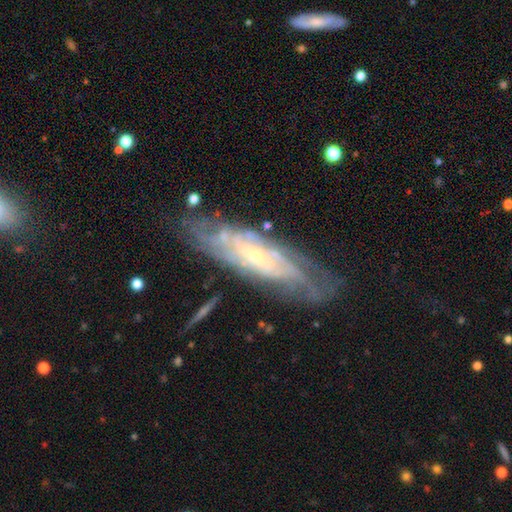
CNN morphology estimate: Smooth or featured?
  - featured or disk: 84% *
  - smooth: 10%
  - star or artifact: 6%
Edge-on disk?
  - no: 78% *
  - yes: 22%
Bar?
  - weak: 40% * (tied)
  - no: 40% * (tied)
  - strong: 20%
Spiral arms?
  - yes: 93% *
  - no: 7%
Spiral winding?
  - tight: 65% *
  - medium: 28%
  - loose: 7%
Spiral arm count?
  - can't tell: 49% *
  - 2: 15%
  - 4: 13%
  - 3: 11%
  - more than 4: 7%
  - 1: 4%
Bulge size?
  - small: 69% *
  - moderate: 24%
  - none: 4%
  - large: 2%
  - dominant: 1%
Merging?
  - none: 73% *
  - minor disturbance: 18%
  - major disturbance: 7%
  - merger: 2%